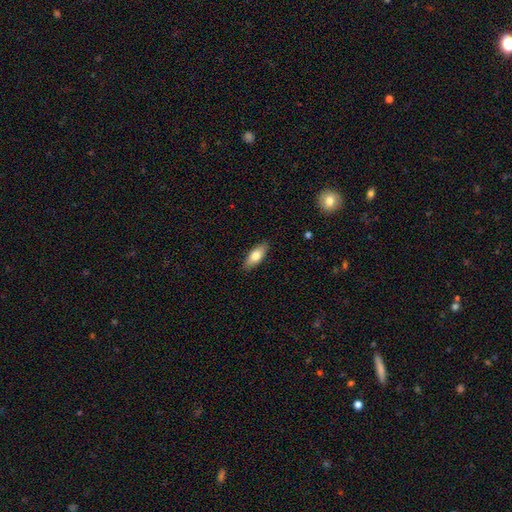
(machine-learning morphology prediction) This appears to be a smooth galaxy with no disk features (76%) that is in between round and cigar-shaped (78%). Merging: none (88%).